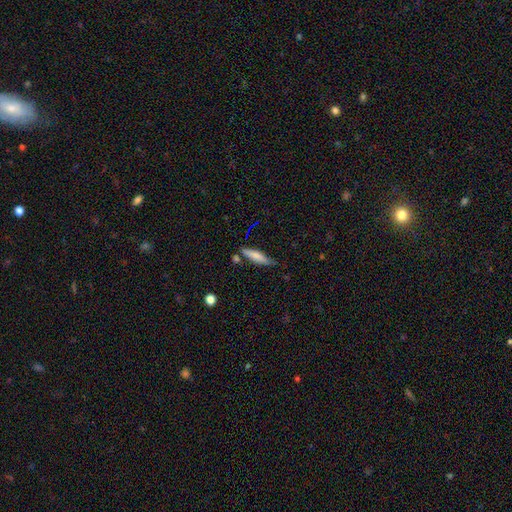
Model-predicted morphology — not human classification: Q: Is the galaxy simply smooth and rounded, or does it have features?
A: smooth — 73%.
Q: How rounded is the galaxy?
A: cigar-shaped — 78%.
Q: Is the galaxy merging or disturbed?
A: none — 67%.